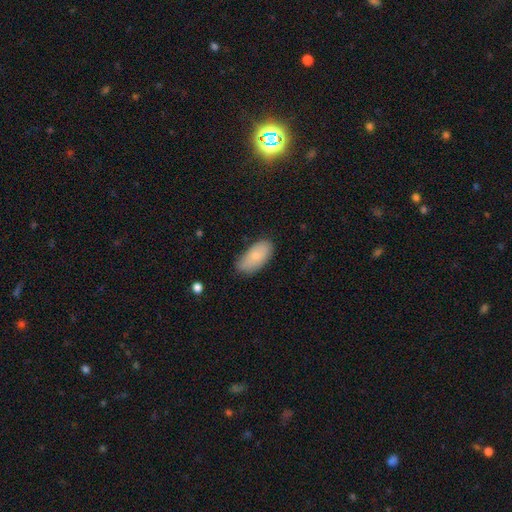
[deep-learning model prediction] This is clearly a smooth galaxy (81%). How rounded: clearly in between (92%). Merging: likely none (71%).